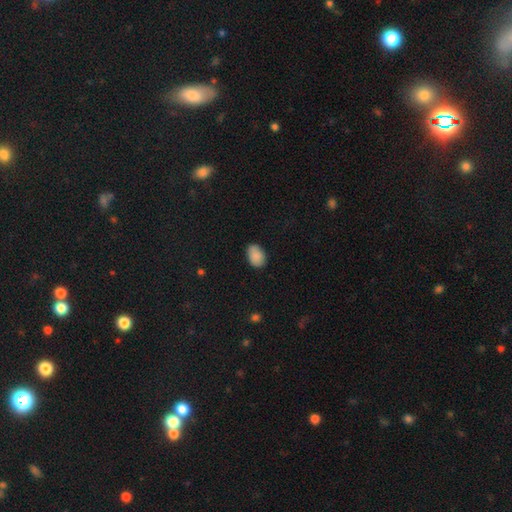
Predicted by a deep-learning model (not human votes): A smooth galaxy with no disk features (88%) that is in between round and cigar-shaped (85%).

Vote fractions:
- Smooth or featured? smooth: 88% / star or artifact: 7% / featured or disk: 5%
- How rounded? in between: 85% / round: 14% / cigar-shaped: 1%
- Merging? none: 80% / minor disturbance: 16% / major disturbance: 3% / merger: 1%